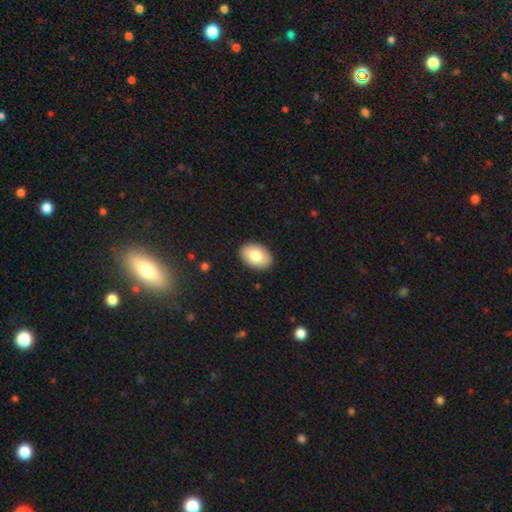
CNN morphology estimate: This is clearly a smooth galaxy (83%). How rounded: clearly in between (87%). Merging: clearly none (89%).